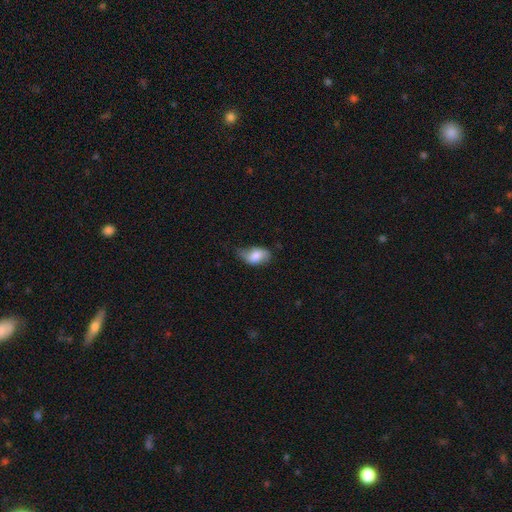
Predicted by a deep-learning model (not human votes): Smooth or featured?
  - smooth: 70% *
  - featured or disk: 22%
  - star or artifact: 7%
How rounded?
  - in between: 90% *
  - round: 8%
  - cigar-shaped: 2%
Merging?
  - none: 43% *
  - minor disturbance: 42%
  - major disturbance: 14%
  - merger: 2%